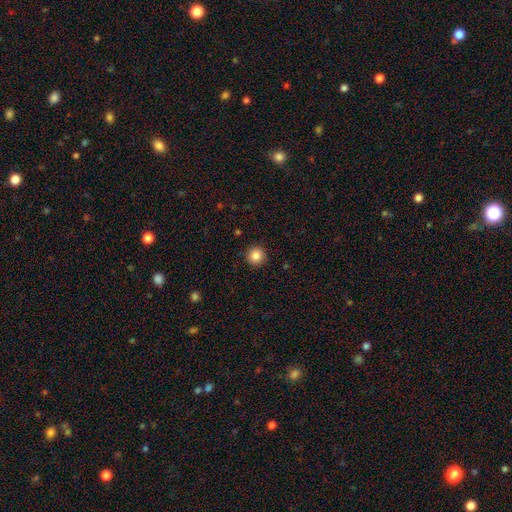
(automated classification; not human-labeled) smooth_or_featured: smooth (p=0.86) [alt: star or artifact p=0.10]
how_rounded: round (p=0.96) [alt: in between p=0.03]
merging: none (p=0.93) [alt: minor disturbance p=0.05]